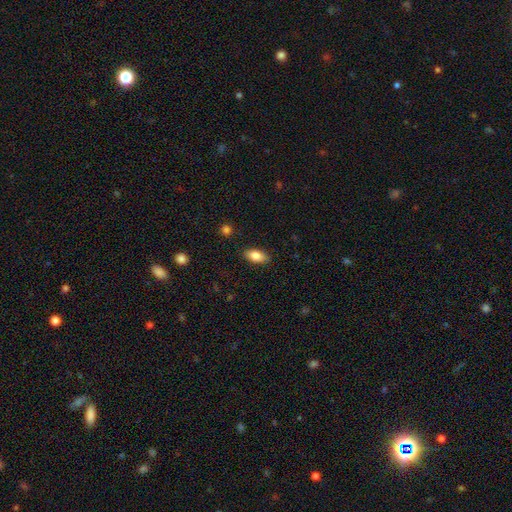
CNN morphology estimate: Smooth or featured? Predicted: smooth (p=0.84). How rounded? Predicted: in between (p=0.90). Merging? Predicted: none (p=0.88).